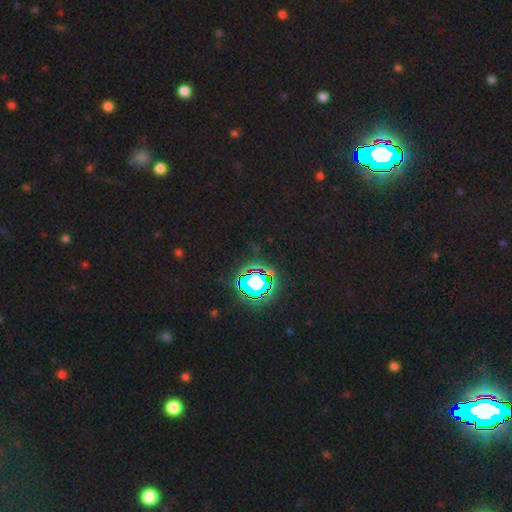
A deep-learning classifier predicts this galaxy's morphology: type=star or artifact (80%).